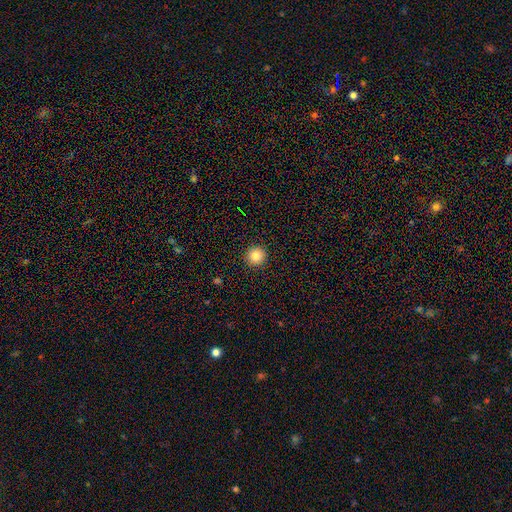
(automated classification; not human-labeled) smooth 85%, star or artifact 11%, featured or disk 4%. Down the decision tree: how rounded — round (95%); merging — none (93%).